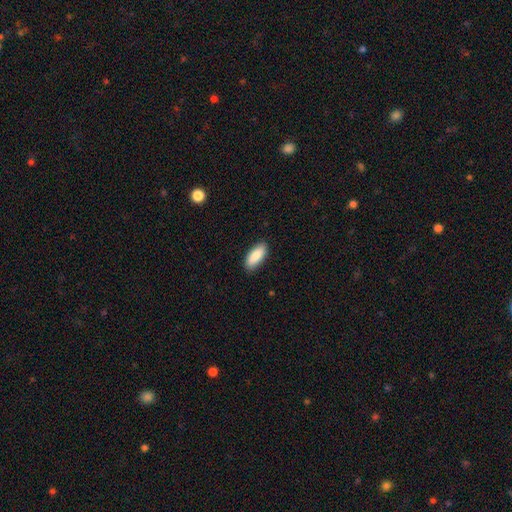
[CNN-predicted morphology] Overall: smooth (88%). How rounded: in between (84%). Merging: none (88%).